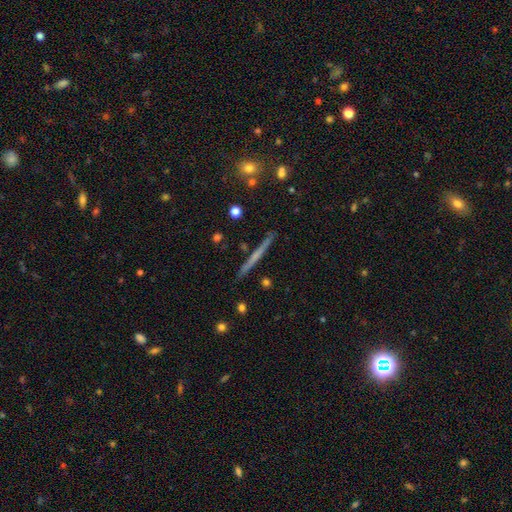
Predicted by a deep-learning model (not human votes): A featured or disk galaxy (57%) viewed edge-on (98%) with no central bulge (80%).

Vote fractions:
- Smooth or featured? featured or disk: 57% / smooth: 37% / star or artifact: 7%
- Edge-on disk? yes: 98% / no: 2%
- Edge-on bulge? none: 80% / rounded: 15% / boxy: 5%
- Merging? none: 91% / minor disturbance: 6% / merger: 2% / major disturbance: 1%